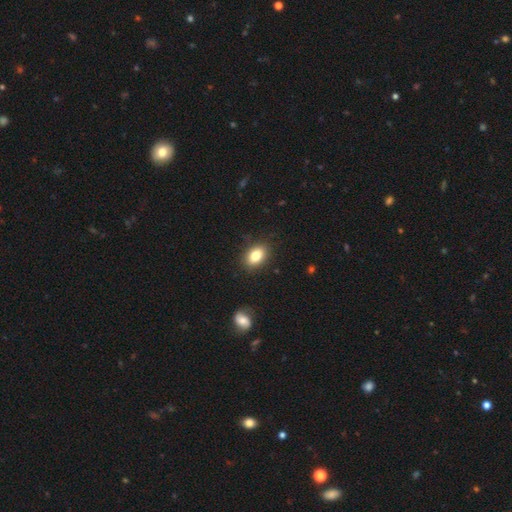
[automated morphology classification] Smooth or featured? Predicted: smooth (p=0.83). How rounded? Predicted: in between (p=0.84). Merging? Predicted: none (p=0.87).